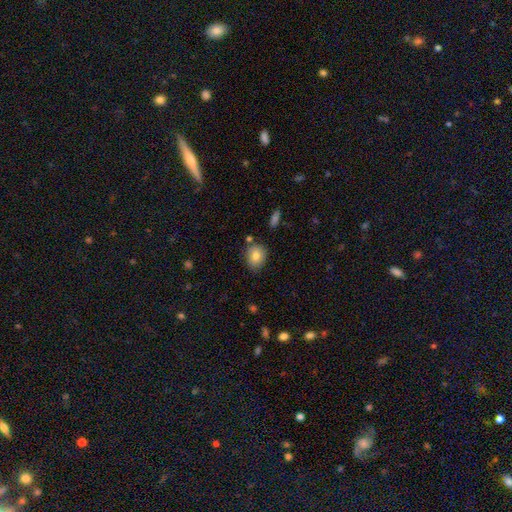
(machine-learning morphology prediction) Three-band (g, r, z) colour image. It shows a smooth galaxy with no disk features (80%) that is in between round and cigar-shaped (56%). Merging: none (76%).